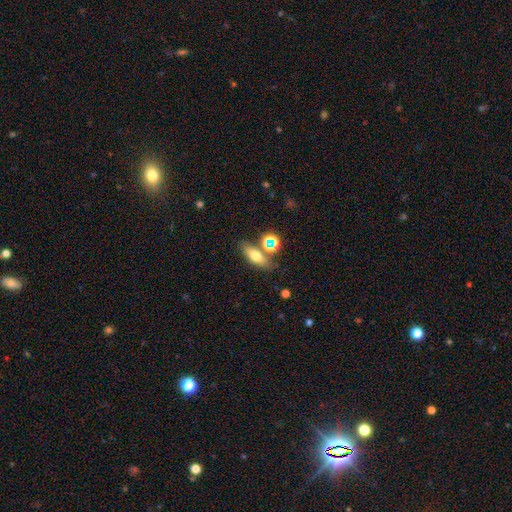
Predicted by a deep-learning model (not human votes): smooth 61%, featured or disk 25%, star or artifact 14%. Down the decision tree: how rounded — in between (60%); merging — none (68%).